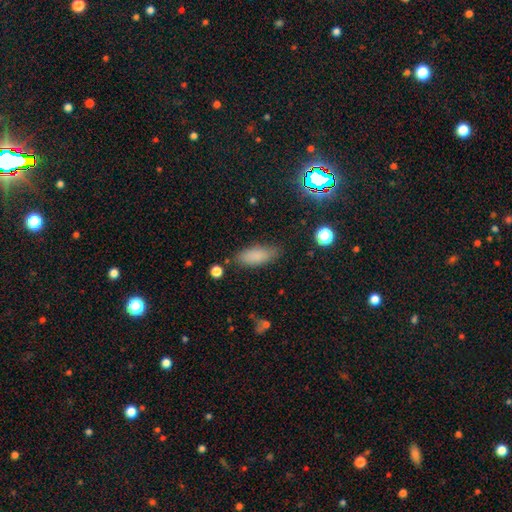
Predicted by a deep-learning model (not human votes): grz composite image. It shows a smooth galaxy with no disk features (83%) that is in between round and cigar-shaped (70%). Merging: none (79%).